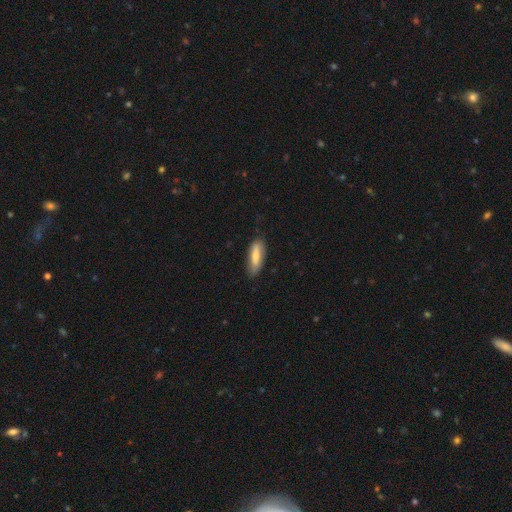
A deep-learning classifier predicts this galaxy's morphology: This is likely a smooth galaxy (72%). How rounded: possibly in between (57%). Merging: likely none (78%).